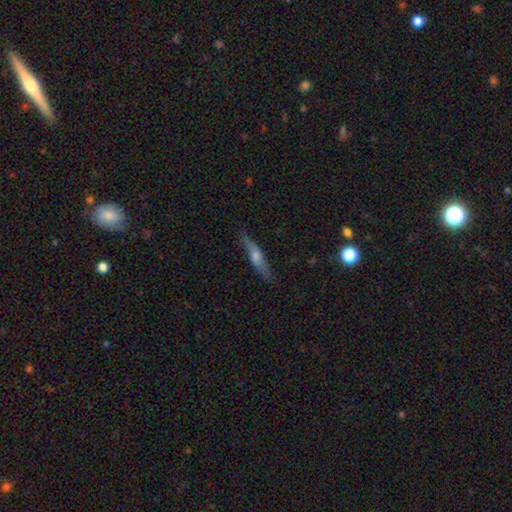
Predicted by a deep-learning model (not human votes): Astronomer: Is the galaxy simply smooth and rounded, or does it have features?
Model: featured or disk — 59% (runner-up: smooth, 34%).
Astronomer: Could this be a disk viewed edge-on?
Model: yes — 90%.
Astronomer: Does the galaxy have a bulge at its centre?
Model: rounded — 85%.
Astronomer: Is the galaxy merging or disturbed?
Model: none — 83%.